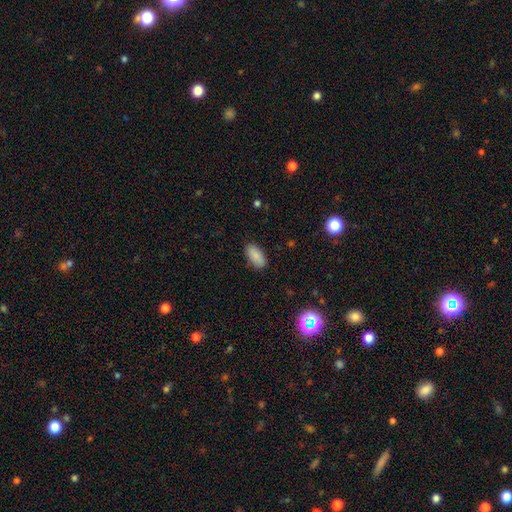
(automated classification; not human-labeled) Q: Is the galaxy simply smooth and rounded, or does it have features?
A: smooth — 86%.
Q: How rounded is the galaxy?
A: in between — 93%.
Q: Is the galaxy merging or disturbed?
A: none — 86%.